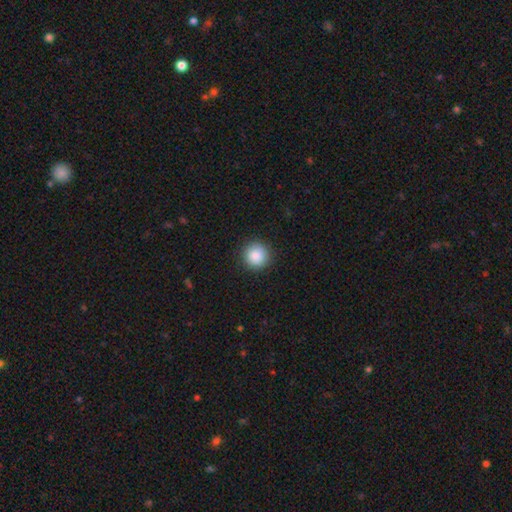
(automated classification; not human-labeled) Q: Smooth or featured?
A: smooth (89%); runner-up: star or artifact (8%)
Q: How rounded?
A: round (95%); runner-up: in between (4%)
Q: Merging?
A: none (91%); runner-up: minor disturbance (6%)